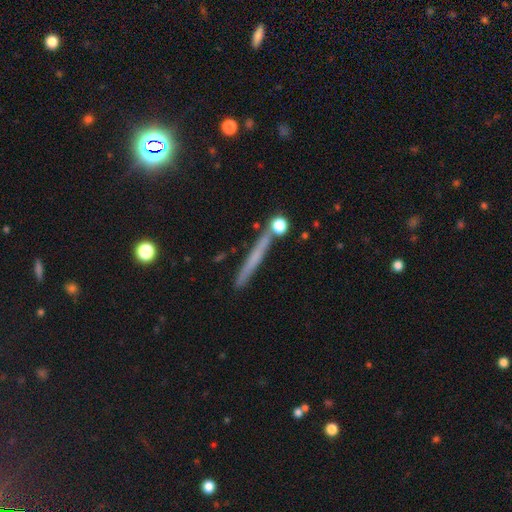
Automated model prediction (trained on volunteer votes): The model was most divided on "smooth or featured": smooth: 49%, featured or disk: 39%, star or artifact: 12%. More confident: merging — none (83%).